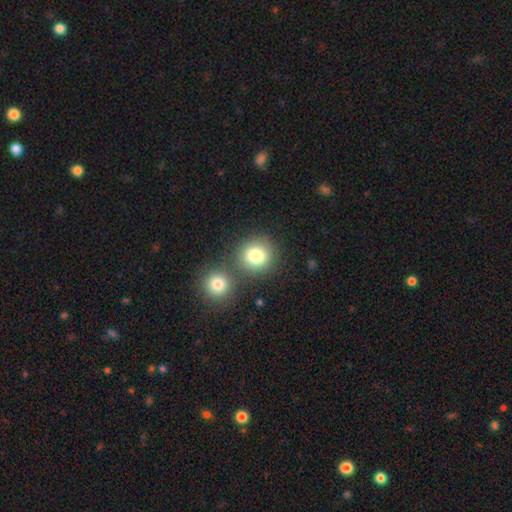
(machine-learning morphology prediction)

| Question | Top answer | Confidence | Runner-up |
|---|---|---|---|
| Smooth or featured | smooth | 80% | star or artifact (11%) |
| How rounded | round | 88% | in between (11%) |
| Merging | none | 67% | merger (22%) |